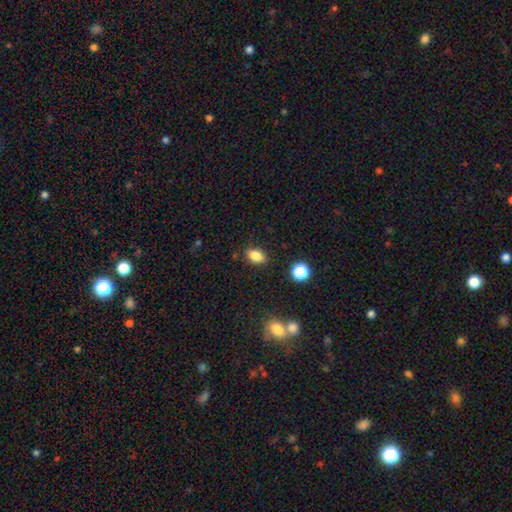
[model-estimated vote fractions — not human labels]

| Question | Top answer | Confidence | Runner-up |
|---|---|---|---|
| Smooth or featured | smooth | 84% | star or artifact (10%) |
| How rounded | in between | 84% | round (14%) |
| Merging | none | 86% | minor disturbance (10%) |